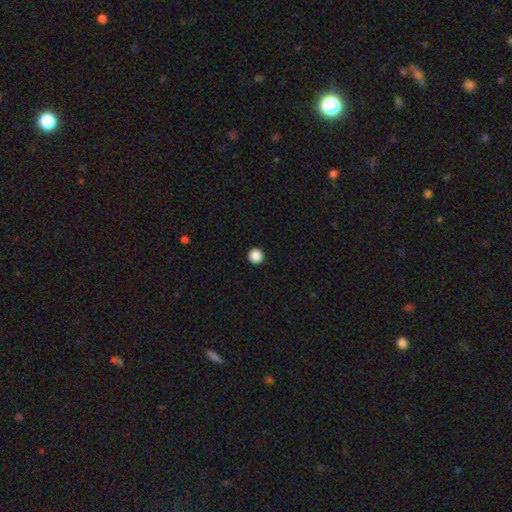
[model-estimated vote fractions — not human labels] Smooth or featured? Predicted: smooth (p=0.88). How rounded? Predicted: round (p=0.97). Merging? Predicted: none (p=0.94).